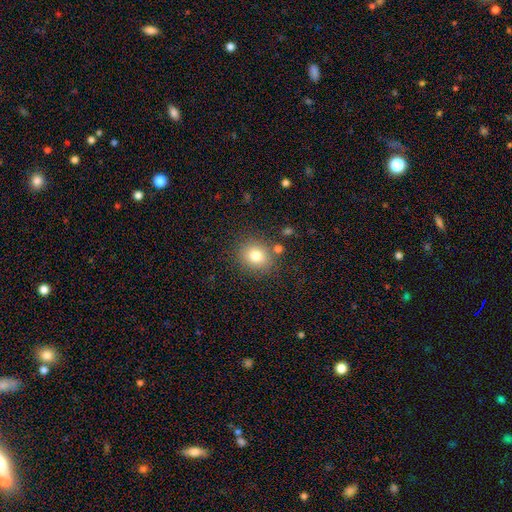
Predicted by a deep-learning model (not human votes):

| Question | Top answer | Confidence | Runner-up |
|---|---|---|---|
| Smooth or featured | smooth | 79% | star or artifact (12%) |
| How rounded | round | 74% | in between (25%) |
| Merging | none | 81% | minor disturbance (10%) |